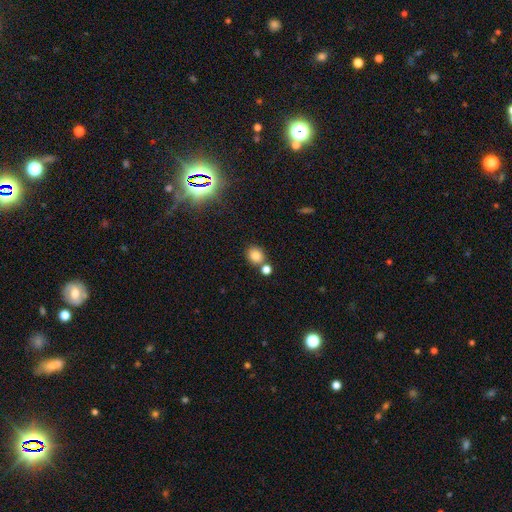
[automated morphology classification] A smooth galaxy with no disk features (81%) that is round (70%).

Vote fractions:
- Smooth or featured? smooth: 81% / star or artifact: 12% / featured or disk: 6%
- How rounded? round: 70% / in between: 29% / cigar-shaped: 1%
- Merging? none: 69% / merger: 19% / minor disturbance: 9% / major disturbance: 3%